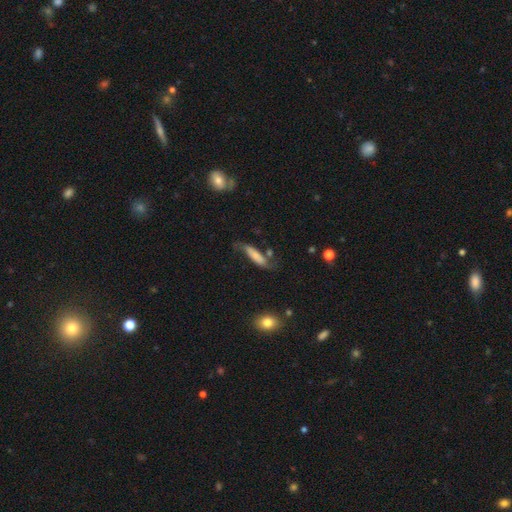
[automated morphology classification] Smooth or featured?
  - smooth: 59% *
  - featured or disk: 33%
  - star or artifact: 8%
How rounded?
  - cigar-shaped: 67% *
  - in between: 30%
  - round: 3%
Merging?
  - none: 49% *
  - minor disturbance: 28%
  - major disturbance: 16%
  - merger: 8%